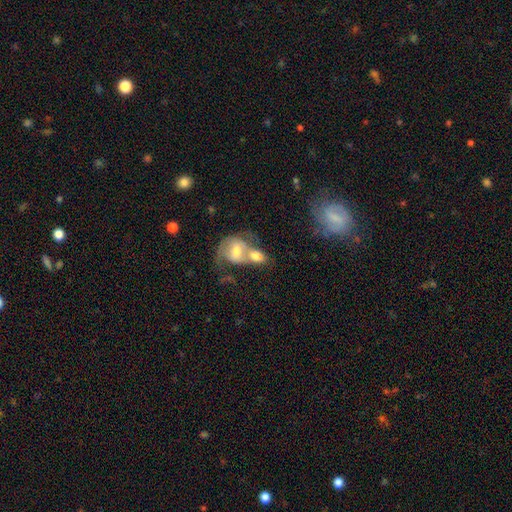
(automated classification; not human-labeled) This appears to be a smooth galaxy with no disk features (59%) that is in between round and cigar-shaped (67%). Merging: merger (70%).